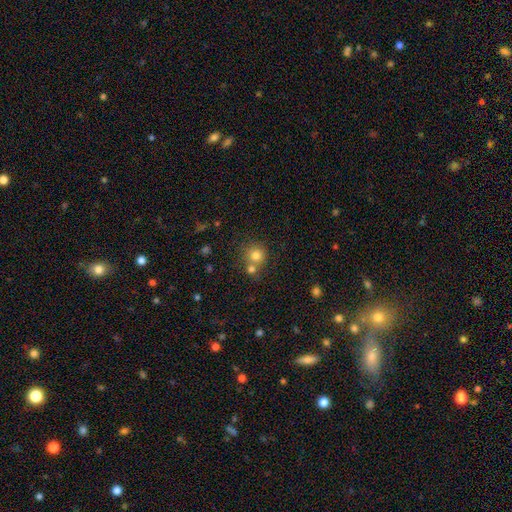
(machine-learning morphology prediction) type=smooth (78%); roundness=round (90%); merging=none (57%).